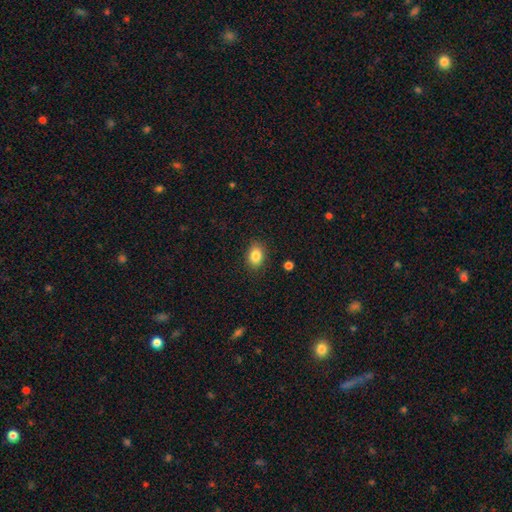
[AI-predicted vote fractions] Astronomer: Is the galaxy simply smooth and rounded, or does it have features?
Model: smooth — 85%.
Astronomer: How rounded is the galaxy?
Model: in between — 72%.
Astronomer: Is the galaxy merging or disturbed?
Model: none — 87%.